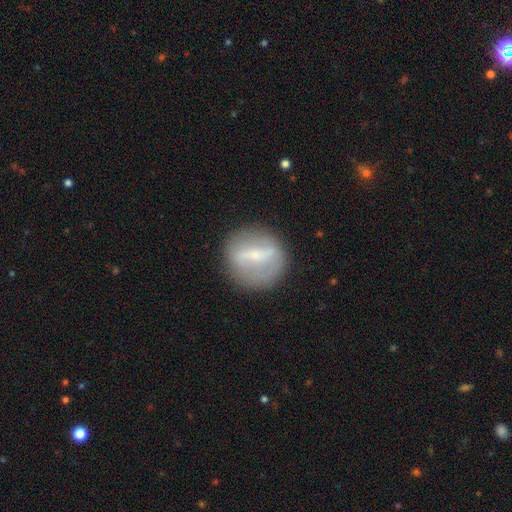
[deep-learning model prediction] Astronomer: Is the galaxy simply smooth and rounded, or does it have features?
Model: featured or disk — 58% (runner-up: smooth, 34%).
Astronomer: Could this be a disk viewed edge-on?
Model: no — 89%.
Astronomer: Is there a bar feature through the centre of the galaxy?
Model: strong — 61%.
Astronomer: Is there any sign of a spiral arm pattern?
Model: no — 74%.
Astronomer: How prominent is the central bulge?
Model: small — 60%.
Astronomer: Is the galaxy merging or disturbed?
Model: none — 81%.